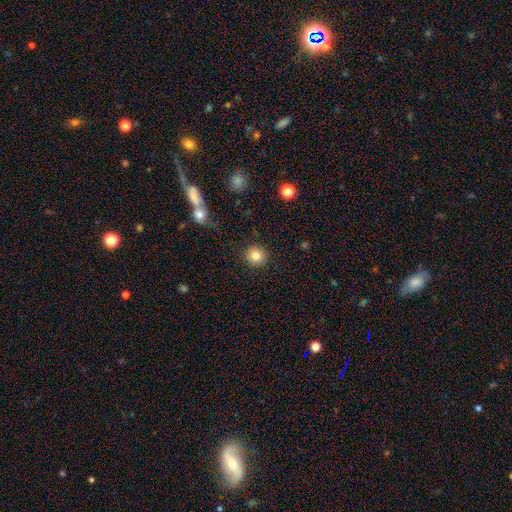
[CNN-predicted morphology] Smooth or featured? Predicted: smooth (p=0.84). How rounded? Predicted: round (p=0.92). Merging? Predicted: none (p=0.90).